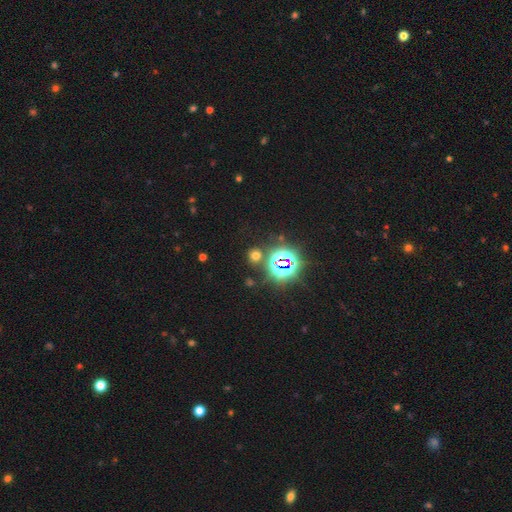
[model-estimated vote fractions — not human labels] Overall: smooth (49%; star or artifact 44%). Merging: none (81%).